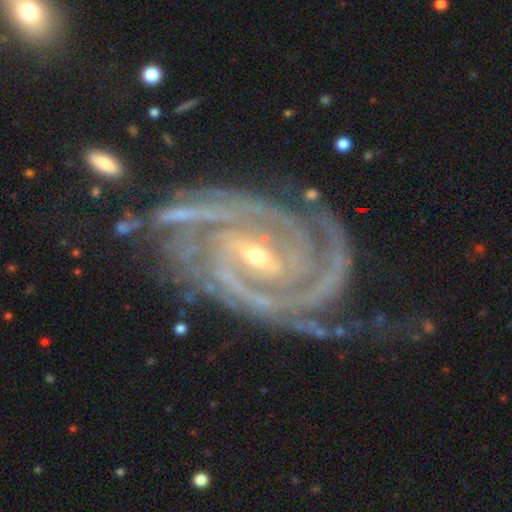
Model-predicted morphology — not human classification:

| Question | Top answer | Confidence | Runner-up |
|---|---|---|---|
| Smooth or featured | featured or disk | 93% | star or artifact (5%) |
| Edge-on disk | no | 97% | yes (3%) |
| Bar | weak | 39% | strong (33%) |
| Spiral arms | yes | 99% | no (1%) |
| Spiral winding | tight | 75% | medium (22%) |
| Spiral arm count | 2 | 38% | 3 (25%) |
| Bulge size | small | 66% | moderate (31%) |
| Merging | none | 68% | minor disturbance (21%) |